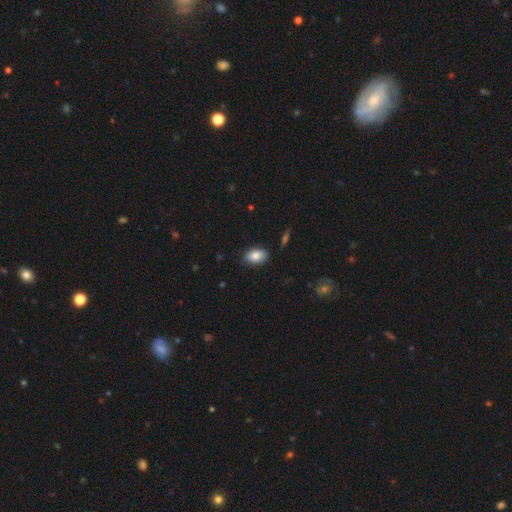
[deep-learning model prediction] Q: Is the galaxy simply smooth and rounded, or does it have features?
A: smooth — 86%.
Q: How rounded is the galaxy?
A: in between — 90%.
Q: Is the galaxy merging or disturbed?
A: none — 85%.